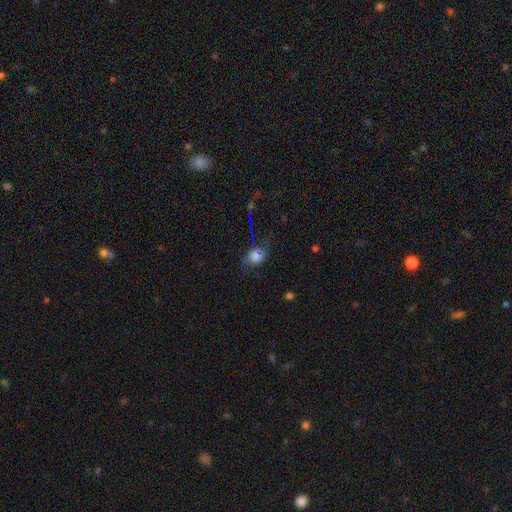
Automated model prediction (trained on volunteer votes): The model was most divided on "how rounded": in between: 55%, round: 43%, cigar-shaped: 2%. More confident: smooth or featured — smooth (69%); merging — none (62%).